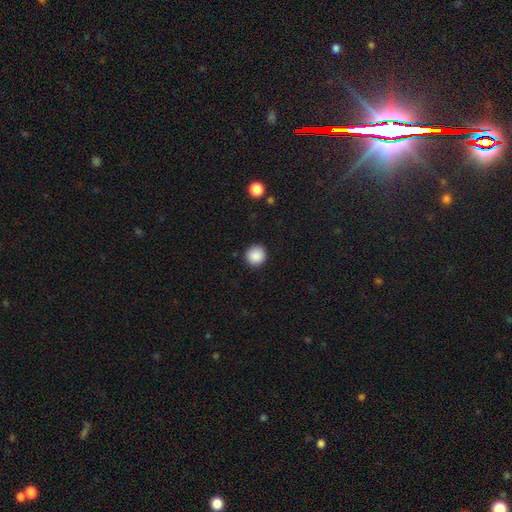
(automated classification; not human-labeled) Smooth or featured?
  - smooth: 89% *
  - star or artifact: 9%
  - featured or disk: 3%
How rounded?
  - round: 94% *
  - in between: 5%
  - cigar-shaped: 1%
Merging?
  - none: 92% *
  - minor disturbance: 5%
  - major disturbance: 2%
  - merger: 1%